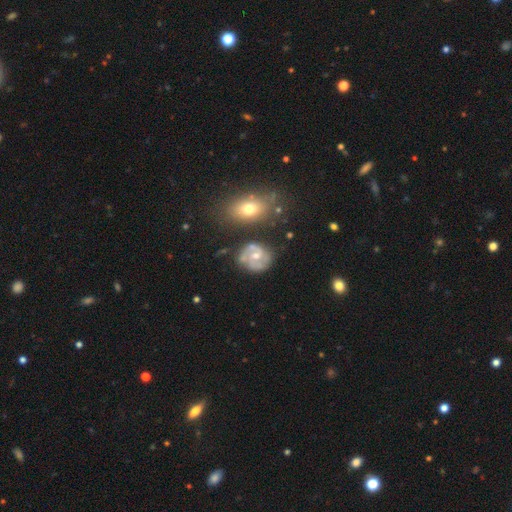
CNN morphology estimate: A featured or disk galaxy (74%) with no bar (59%), 2 (64%) medium (45%) spiral arms (84%) and a moderate central bulge (57%). Merging: none (64%).